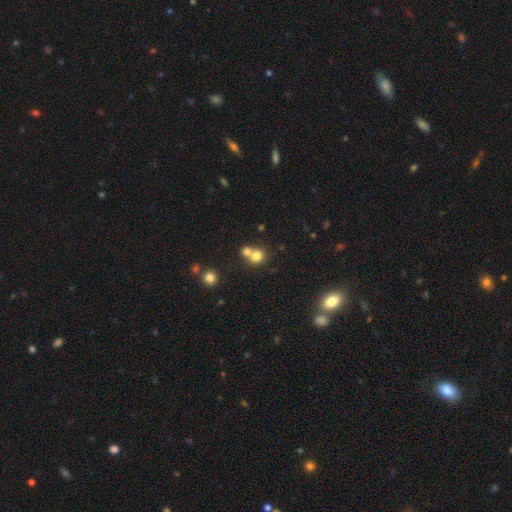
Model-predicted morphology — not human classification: smooth-or-featured: smooth: 76% | star or artifact: 13% | featured or disk: 11%
  how-rounded: round: 82% | in between: 17% | cigar-shaped: 1%
  merging: merger: 54% | none: 38% | minor disturbance: 5% | major disturbance: 3%